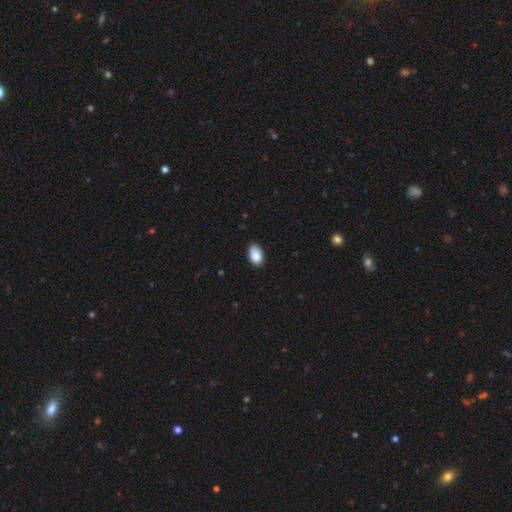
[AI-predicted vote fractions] Smooth or featured? Predicted: smooth (p=0.87). How rounded? Predicted: in between (p=0.91). Merging? Predicted: none (p=0.81).